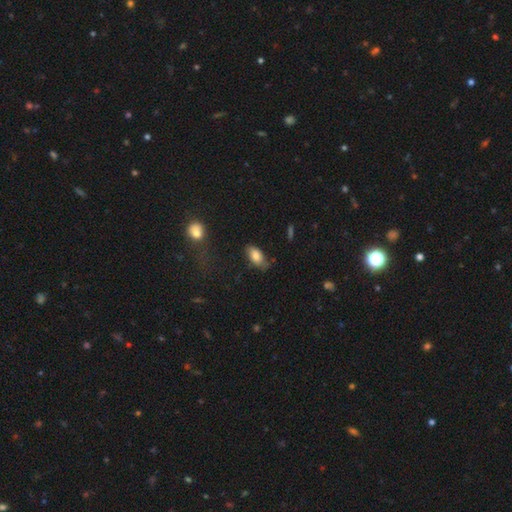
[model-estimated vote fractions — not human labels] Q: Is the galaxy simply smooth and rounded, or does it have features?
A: smooth — 82%.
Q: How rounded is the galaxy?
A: in between — 91%.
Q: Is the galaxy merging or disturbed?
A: none — 62%.